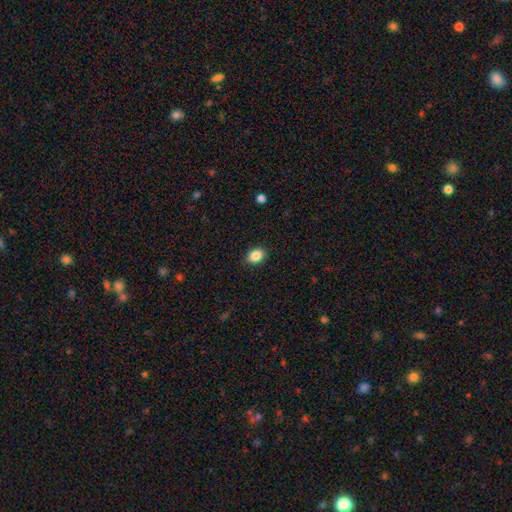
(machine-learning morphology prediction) A smooth galaxy with no disk features (87%) that is in between round and cigar-shaped (72%).

Vote fractions:
- Smooth or featured? smooth: 87% / star or artifact: 9% / featured or disk: 5%
- How rounded? in between: 72% / round: 27% / cigar-shaped: 1%
- Merging? none: 88% / minor disturbance: 9% / major disturbance: 2% / merger: 1%